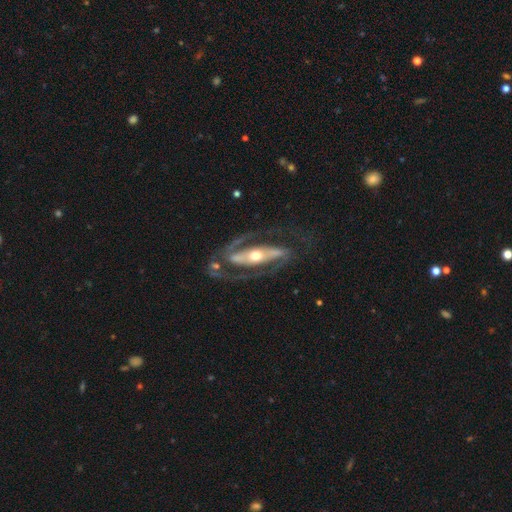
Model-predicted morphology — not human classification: Smooth or featured: featured or disk — 87% (smooth — 9%)
Edge-on disk: no — 89% (yes — 11%)
Bar: strong — 54% (no — 25%)
Spiral arms: yes — 90% (no — 10%)
Spiral winding: medium — 51% (tight — 25%)
Spiral arm count: 2 — 89% (can't tell — 4%)
Bulge size: moderate — 67% (small — 21%)
Merging: none — 63% (major disturbance — 18%)